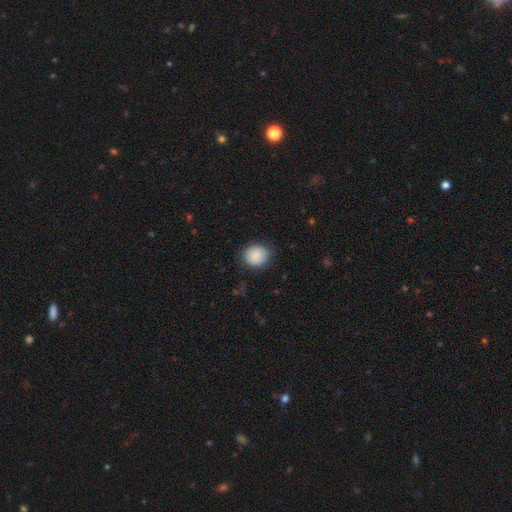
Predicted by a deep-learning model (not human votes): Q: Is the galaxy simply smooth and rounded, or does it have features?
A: smooth — 88%.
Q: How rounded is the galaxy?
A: round — 70%.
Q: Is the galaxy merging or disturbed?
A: none — 81%.